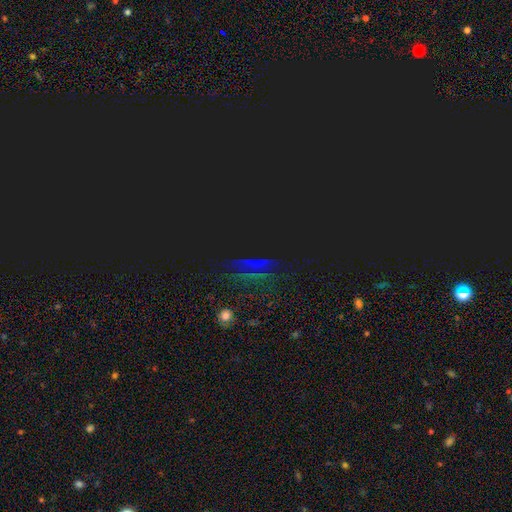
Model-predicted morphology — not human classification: Overall: star or artifact (82%).